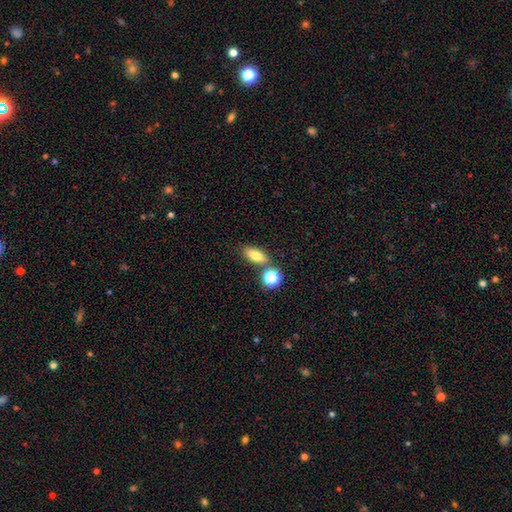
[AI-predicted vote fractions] smooth-or-featured: smooth: 77% | featured or disk: 13% | star or artifact: 10%
  how-rounded: in between: 74% | cigar-shaped: 13% | round: 12%
  merging: none: 72% | merger: 15% | minor disturbance: 10% | major disturbance: 3%